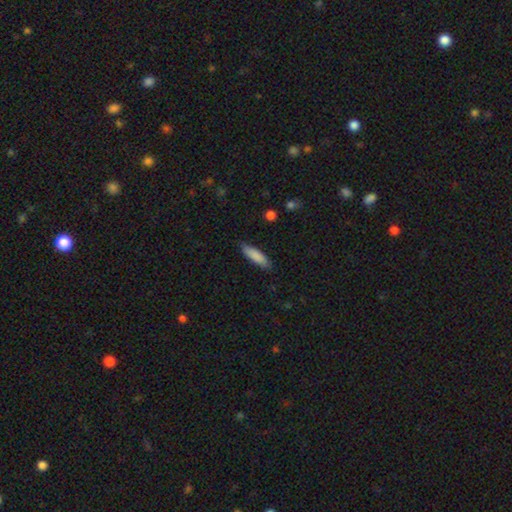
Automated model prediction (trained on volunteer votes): This is clearly a smooth galaxy (86%). How rounded: likely cigar-shaped (62%). Merging: clearly none (84%).